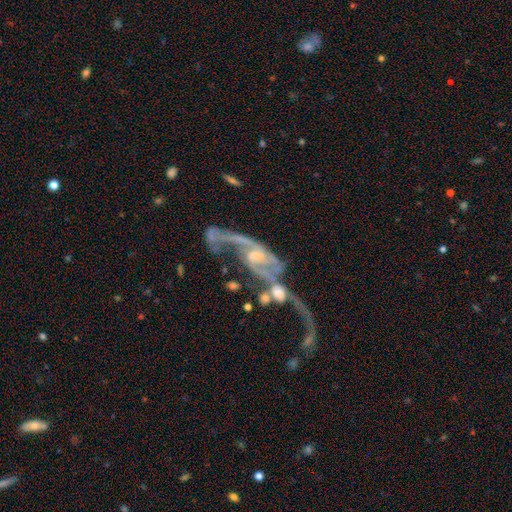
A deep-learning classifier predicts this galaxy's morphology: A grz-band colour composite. It shows a featured or disk galaxy (83%) with no bar (54%), 2 (70%) loose (73%) spiral arms (86%) and a small central bulge (48%). Merging: merger (52%).